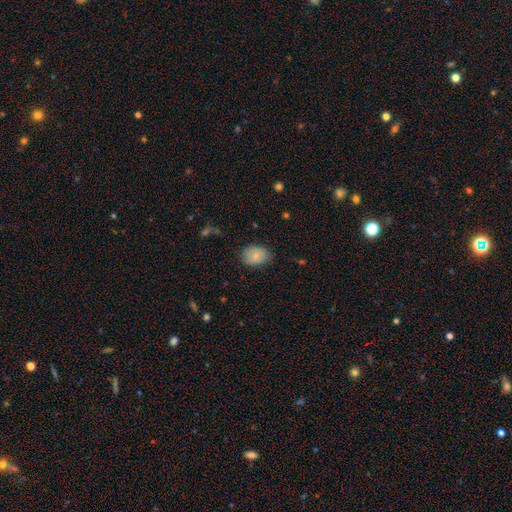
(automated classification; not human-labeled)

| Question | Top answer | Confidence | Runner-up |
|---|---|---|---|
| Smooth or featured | smooth | 82% | featured or disk (11%) |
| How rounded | in between | 75% | round (24%) |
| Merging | none | 76% | minor disturbance (19%) |